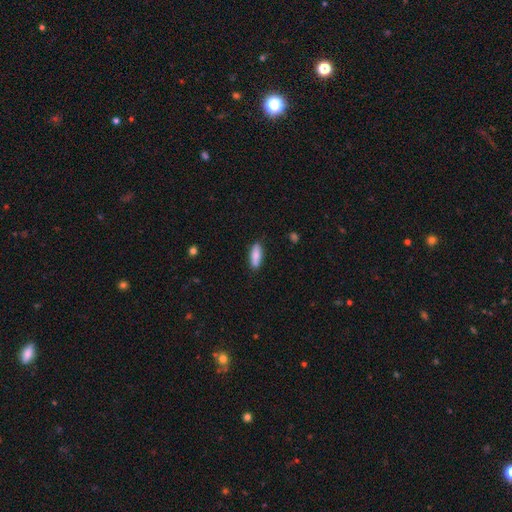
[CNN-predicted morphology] Smooth or featured?
  - smooth: 84% *
  - featured or disk: 10%
  - star or artifact: 6%
How rounded?
  - in between: 62% *
  - cigar-shaped: 36%
  - round: 2%
Merging?
  - none: 85% *
  - minor disturbance: 12%
  - major disturbance: 2%
  - merger: 2%